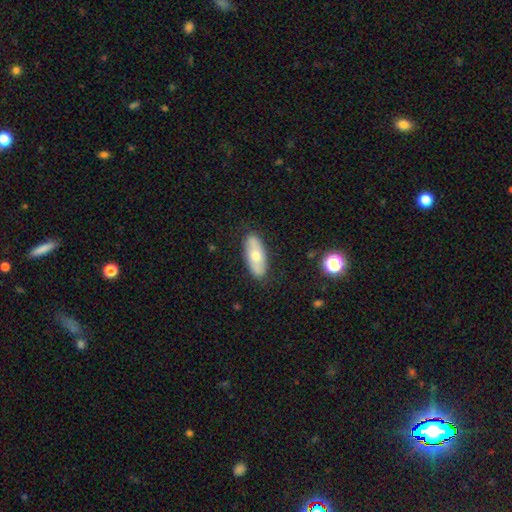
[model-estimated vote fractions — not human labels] smooth 61%, featured or disk 33%, star or artifact 7%. Down the decision tree: how rounded — in between (76%); merging — none (86%).